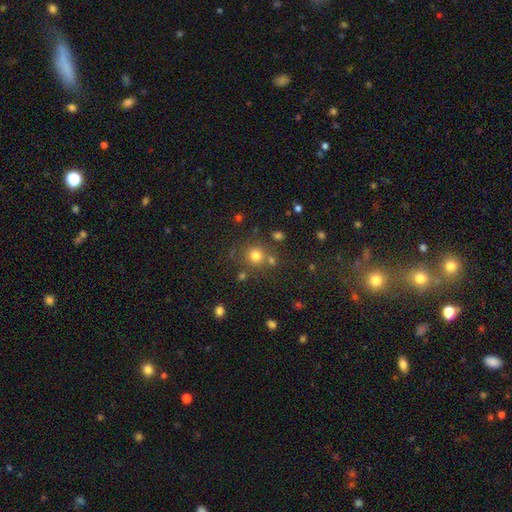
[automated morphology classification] Overall: smooth (75%). How rounded: round (90%). Merging: none (73%).